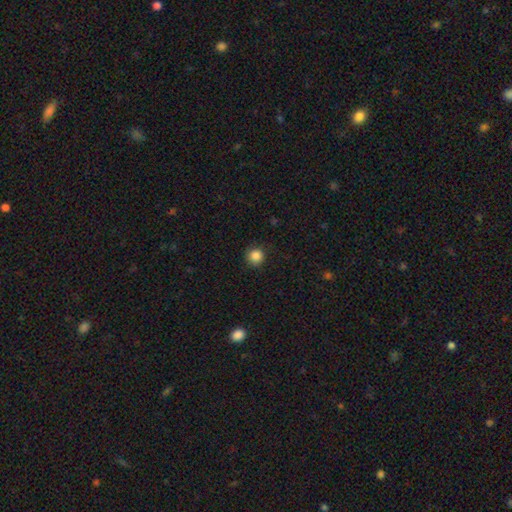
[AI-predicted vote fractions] smooth_or_featured: smooth (p=0.86) [alt: star or artifact p=0.11]
how_rounded: round (p=0.94) [alt: in between p=0.05]
merging: none (p=0.88) [alt: minor disturbance p=0.08]